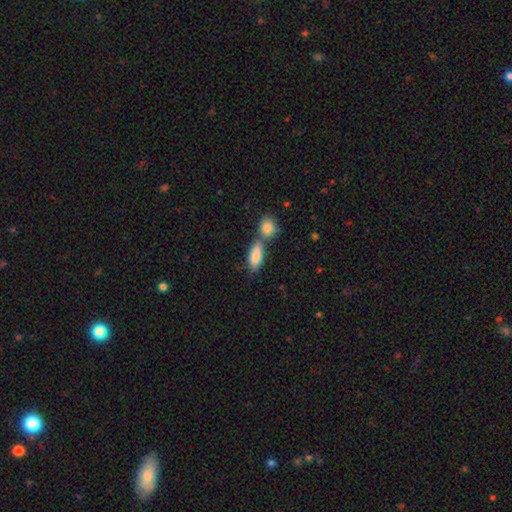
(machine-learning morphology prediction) This is clearly a smooth galaxy (86%). How rounded: clearly in between (81%). Merging: marginally none (44%).